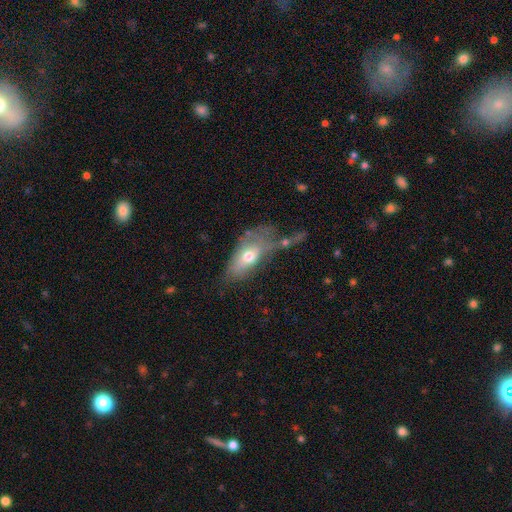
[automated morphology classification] Overall: smooth (57%; featured or disk 34%). How rounded: in between (83%). Merging: major disturbance (31%; none 30%).